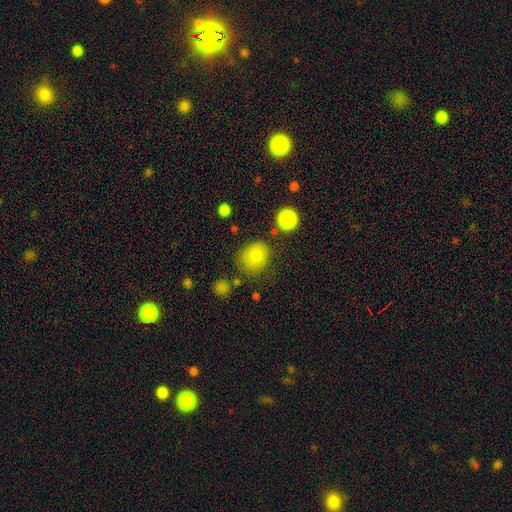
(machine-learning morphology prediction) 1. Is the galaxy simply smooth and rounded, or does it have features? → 77% smooth, 13% star or artifact, 10% featured or disk.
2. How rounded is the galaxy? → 74% round, 25% in between, 1% cigar-shaped.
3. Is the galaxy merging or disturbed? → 71% none, 18% minor disturbance, 6% major disturbance, 4% merger.